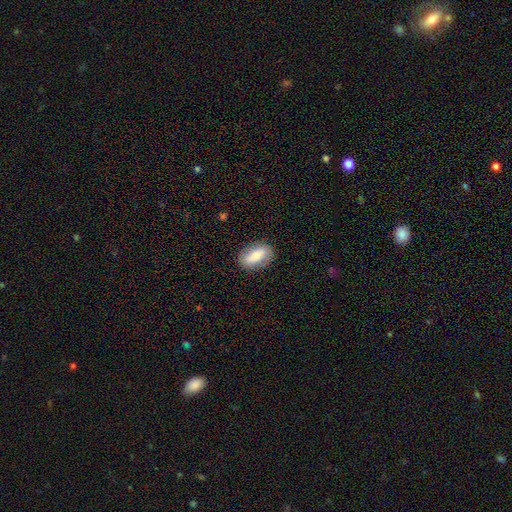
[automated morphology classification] Overall: smooth (71%). How rounded: in between (87%). Merging: none (85%).